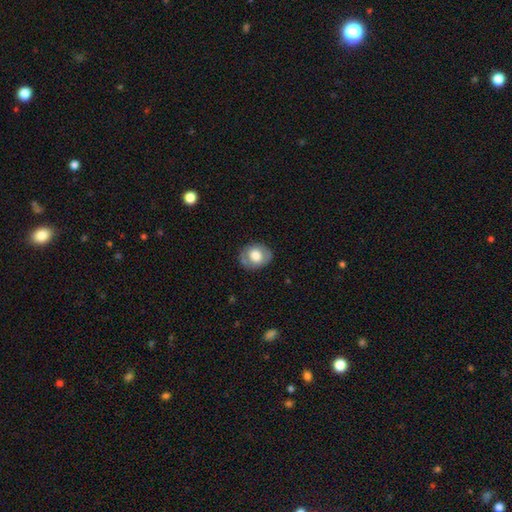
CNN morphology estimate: This appears to be a smooth galaxy with no disk features (66%) that is round (53%). Merging: none (77%).